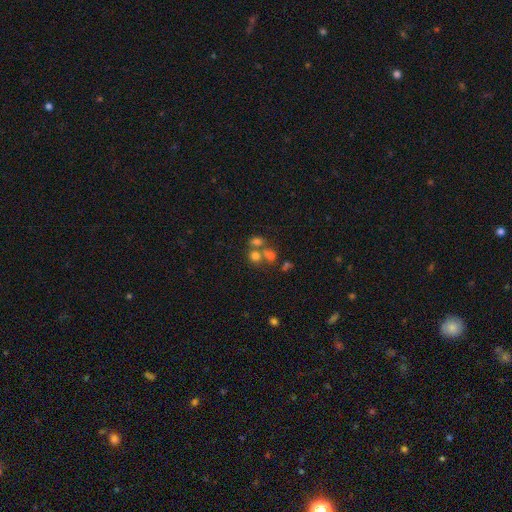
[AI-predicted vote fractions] smooth 66%, star or artifact 19%, featured or disk 15%. Down the decision tree: how rounded — round (70%); merging — merger (46%).